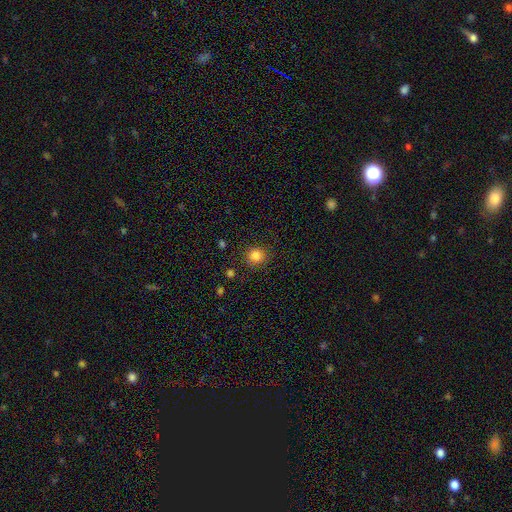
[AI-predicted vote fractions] A smooth galaxy with no disk features (84%) that is round (91%).

Vote fractions:
- Smooth or featured? smooth: 84% / star or artifact: 11% / featured or disk: 4%
- How rounded? round: 91% / in between: 8% / cigar-shaped: 1%
- Merging? none: 87% / minor disturbance: 8% / major disturbance: 3% / merger: 2%